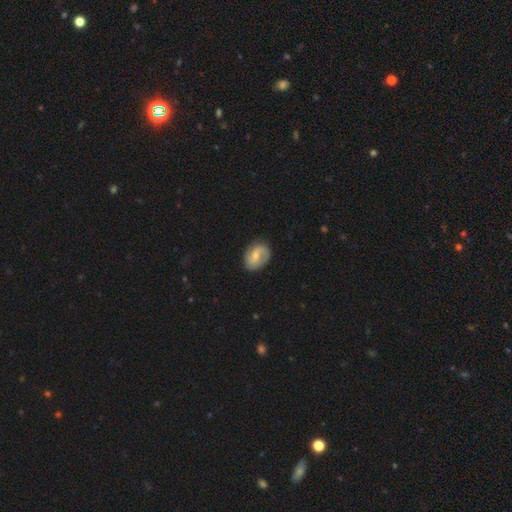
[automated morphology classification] This is possibly a featured or disk galaxy (57%). It is clearly not viewed edge-on (97%). Bar: possibly weak (50%). Spiral arm pattern: clearly yes (87%). Central bulge: possibly small (46%). Merging: likely none (78%).